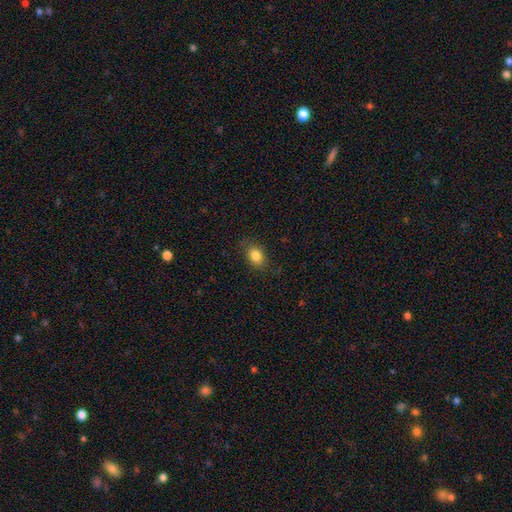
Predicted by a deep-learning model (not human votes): smooth_or_featured: smooth (p=0.83) [alt: star or artifact p=0.10]
how_rounded: in between (p=0.69) [alt: round p=0.30]
merging: none (p=0.82) [alt: minor disturbance p=0.13]